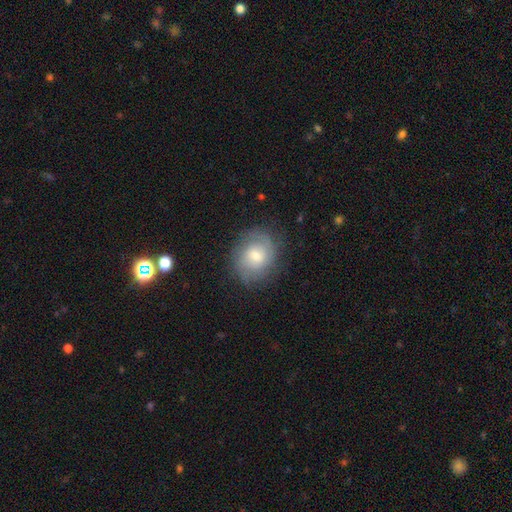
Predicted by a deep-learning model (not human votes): featured or disk 50%, smooth 41%, star or artifact 9%. Down the decision tree: edge-on disk — no (97%); merging — none (77%).